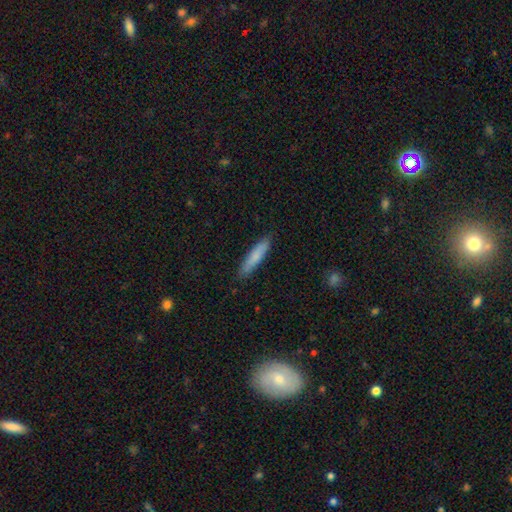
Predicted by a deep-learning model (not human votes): smooth 77%, featured or disk 17%, star or artifact 6%. Down the decision tree: how rounded — cigar-shaped (88%); merging — none (88%).